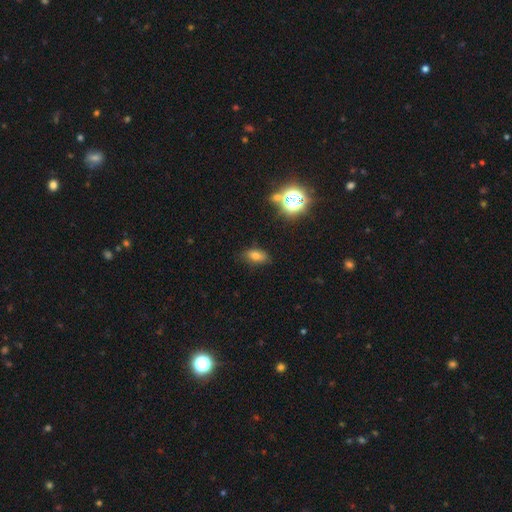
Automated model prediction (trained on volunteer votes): Q: Smooth or featured?
A: smooth (71%); runner-up: star or artifact (17%)
Q: How rounded?
A: in between (86%); runner-up: round (8%)
Q: Merging?
A: none (81%); runner-up: minor disturbance (14%)